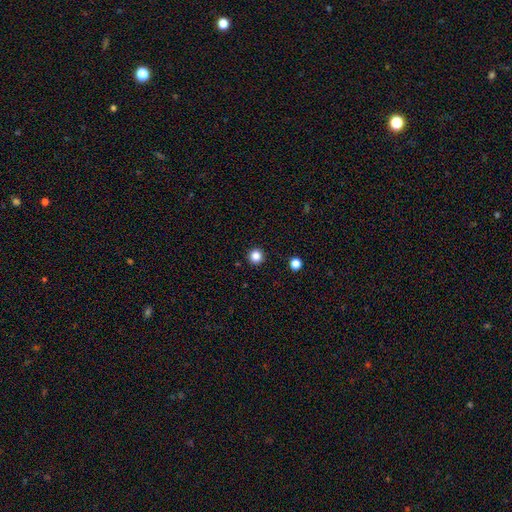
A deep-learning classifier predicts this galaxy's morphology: Overall: smooth (85%). How rounded: round (96%). Merging: none (93%).